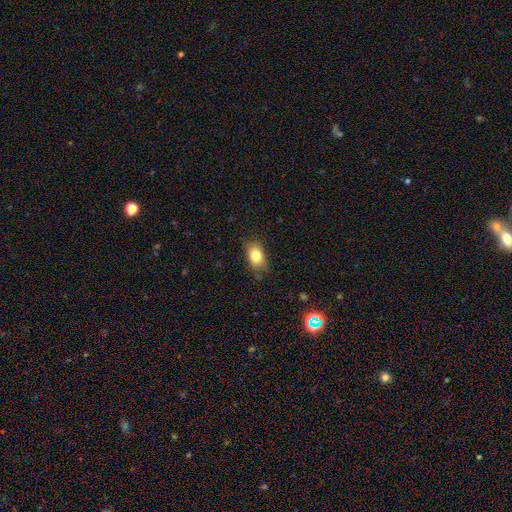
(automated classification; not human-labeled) This is clearly a smooth galaxy (80%). How rounded: likely in between (78%). Merging: likely none (75%).